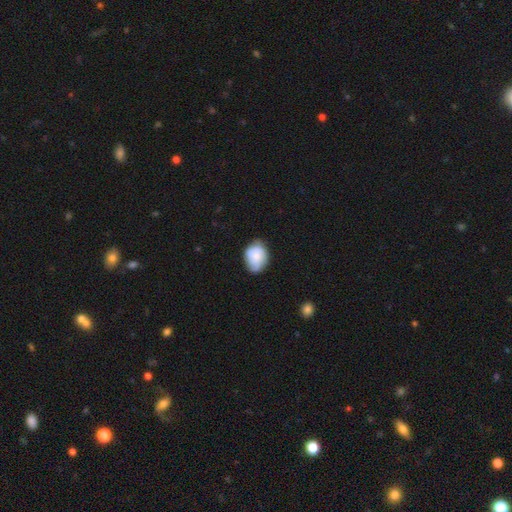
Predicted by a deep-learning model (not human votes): smooth-or-featured: smooth: 56% | featured or disk: 36% | star or artifact: 7%
  how-rounded: in between: 64% | round: 35% | cigar-shaped: 1%
  merging: none: 63% | minor disturbance: 28% | major disturbance: 7% | merger: 2%